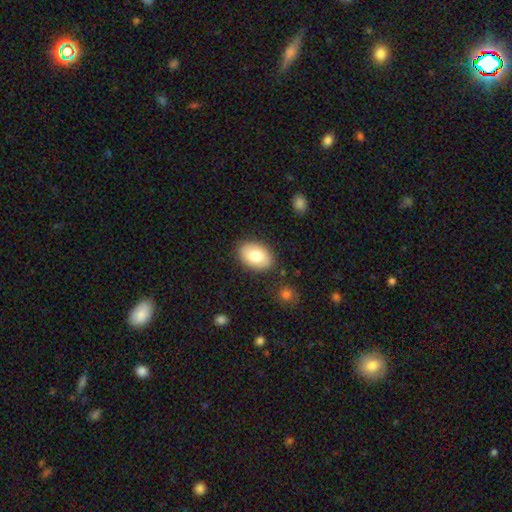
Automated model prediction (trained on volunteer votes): This appears to be a smooth galaxy with no disk features (79%) that is in between round and cigar-shaped (86%). Merging: none (85%).